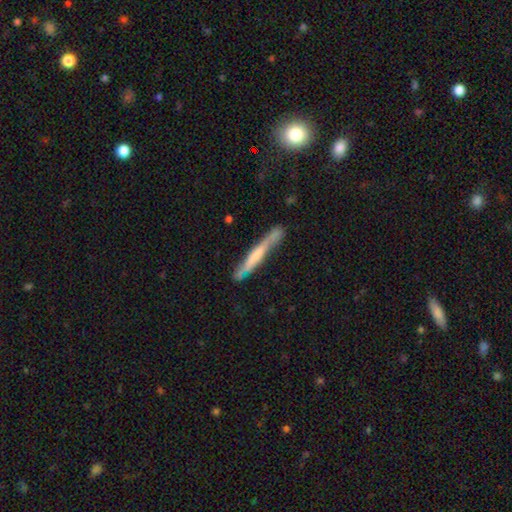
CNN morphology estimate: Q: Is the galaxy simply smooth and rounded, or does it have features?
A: featured or disk — 53%.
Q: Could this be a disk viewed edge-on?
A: yes — 91%.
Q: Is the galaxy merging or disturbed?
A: none — 72%.